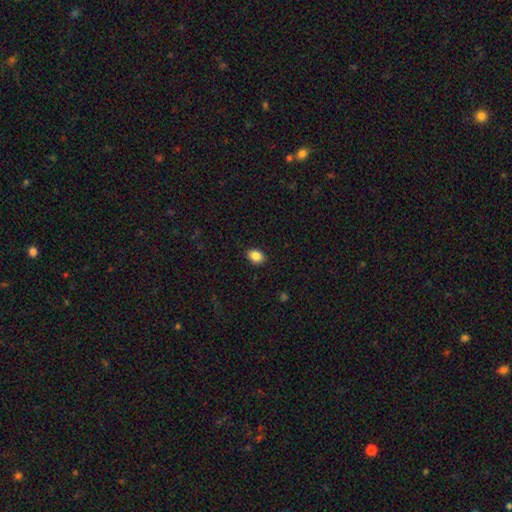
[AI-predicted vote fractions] The model was most divided on "how rounded": in between: 69%, round: 30%, cigar-shaped: 1%. More confident: merging — none (89%); smooth or featured — smooth (87%).